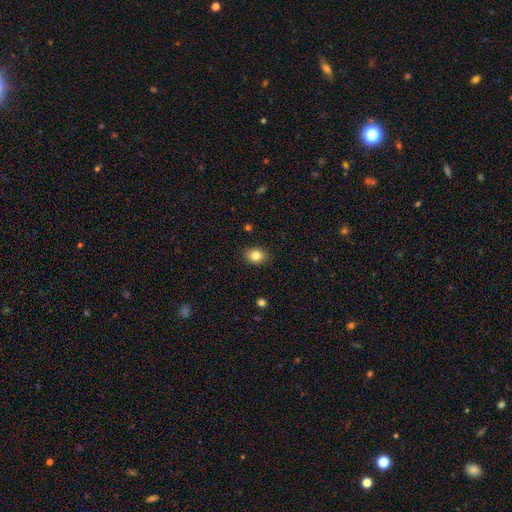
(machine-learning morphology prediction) Smooth or featured? smooth (82%)
How rounded? in between (59%)
Merging? none (87%)